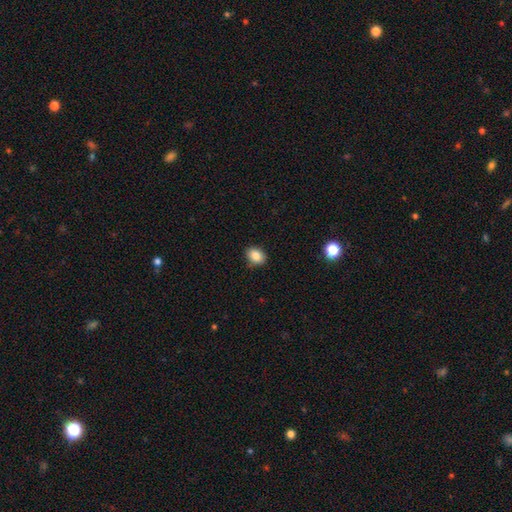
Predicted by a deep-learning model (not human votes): Smooth or featured: smooth — 85% (star or artifact — 9%)
How rounded: in between — 63% (round — 36%)
Merging: none — 85% (minor disturbance — 11%)